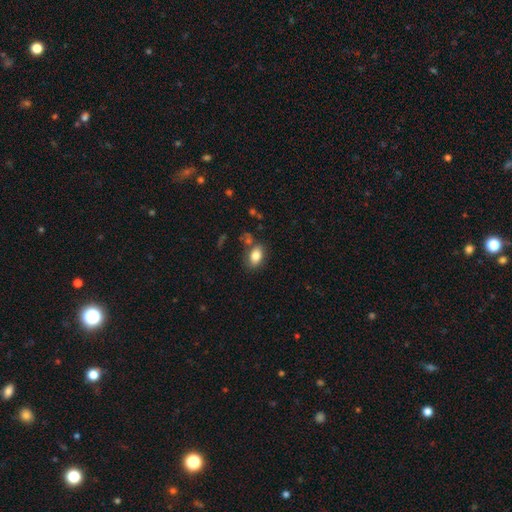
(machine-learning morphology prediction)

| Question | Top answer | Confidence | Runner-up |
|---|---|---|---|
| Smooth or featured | smooth | 83% | featured or disk (9%) |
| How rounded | in between | 85% | round (14%) |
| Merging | none | 69% | minor disturbance (17%) |